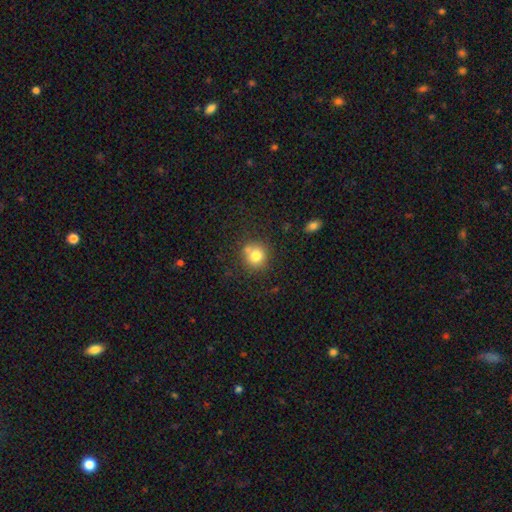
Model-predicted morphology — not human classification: smooth_or_featured: smooth (p=0.77) [alt: star or artifact p=0.12]
how_rounded: round (p=0.88) [alt: in between p=0.11]
merging: none (p=0.67) [alt: merger p=0.16]